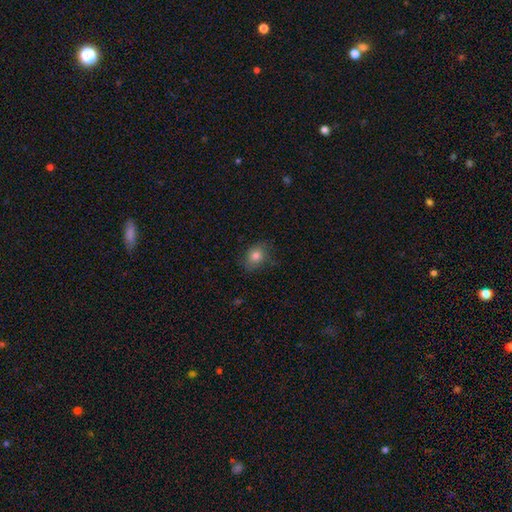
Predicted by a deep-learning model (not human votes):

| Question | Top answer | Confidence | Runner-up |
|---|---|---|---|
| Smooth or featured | smooth | 76% | featured or disk (13%) |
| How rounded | in between | 54% | round (44%) |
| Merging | none | 76% | minor disturbance (18%) |